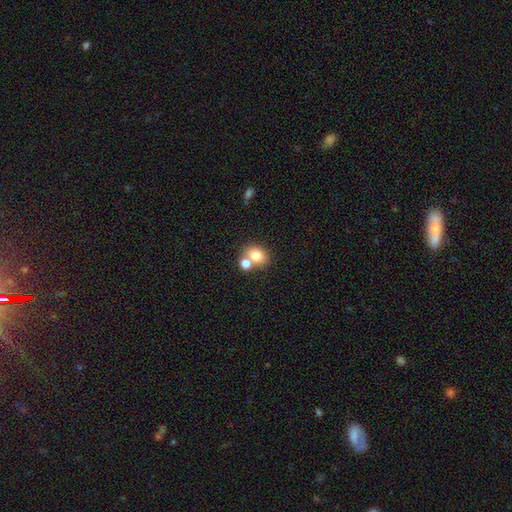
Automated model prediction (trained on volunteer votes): smooth 78%, featured or disk 11%, star or artifact 11%. Down the decision tree: how rounded — in between (50%); merging — none (46%).